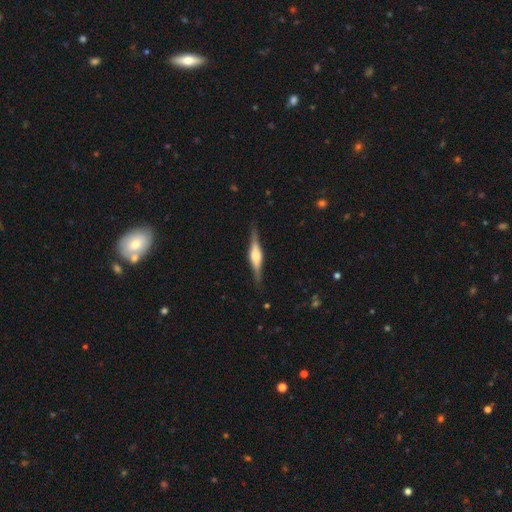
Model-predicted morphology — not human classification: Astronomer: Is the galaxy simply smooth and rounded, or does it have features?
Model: featured or disk — 74%.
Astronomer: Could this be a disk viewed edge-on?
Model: yes — 98%.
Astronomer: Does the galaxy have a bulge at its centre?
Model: rounded — 80%.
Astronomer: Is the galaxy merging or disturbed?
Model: none — 88%.